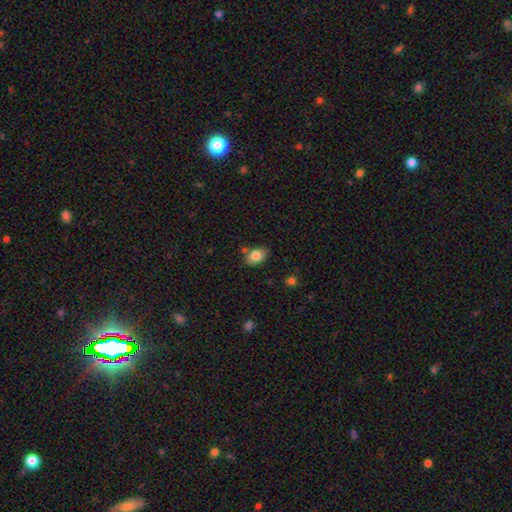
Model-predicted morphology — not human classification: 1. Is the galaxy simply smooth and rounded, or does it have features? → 83% smooth, 9% star or artifact, 8% featured or disk.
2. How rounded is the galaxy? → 72% in between, 27% round, 1% cigar-shaped.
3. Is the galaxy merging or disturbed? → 75% none, 15% minor disturbance, 7% merger, 3% major disturbance.